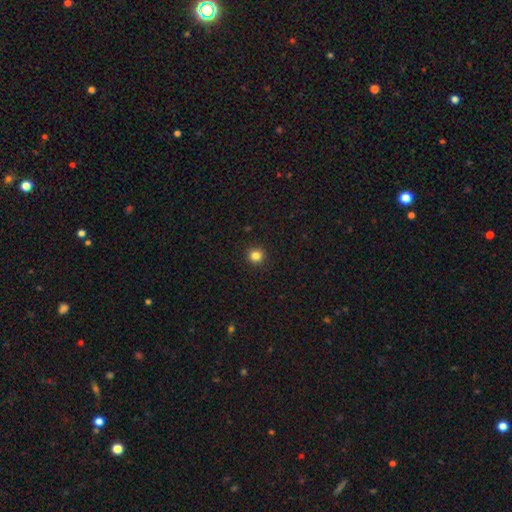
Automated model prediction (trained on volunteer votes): smooth_or_featured: smooth (p=0.83) [alt: star or artifact p=0.13]
how_rounded: round (p=0.94) [alt: in between p=0.05]
merging: none (p=0.93) [alt: minor disturbance p=0.05]